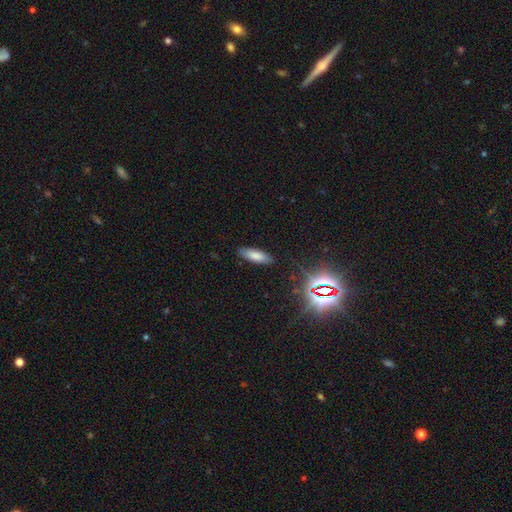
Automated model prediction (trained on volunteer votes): Morphology: type=smooth (78%); roundness=in between (59%); merging=none (86%).